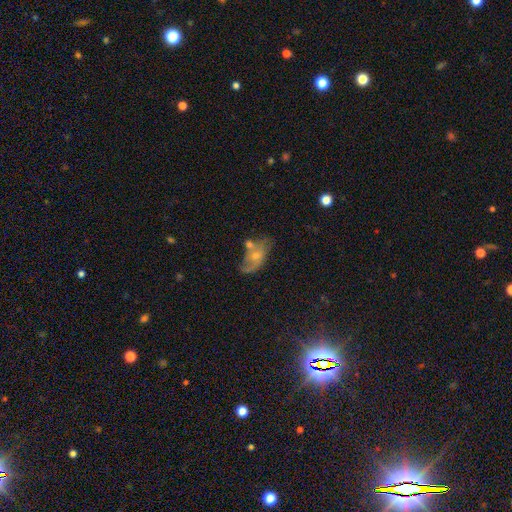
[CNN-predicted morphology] This appears to be a featured or disk galaxy (47%). Merging: none (31%).